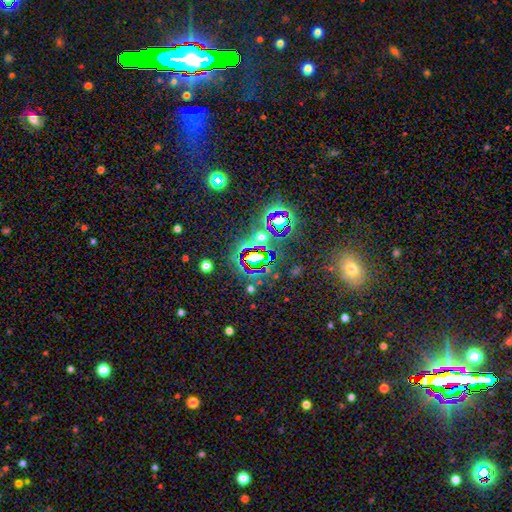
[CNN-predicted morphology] Smooth or featured? star or artifact (76%)